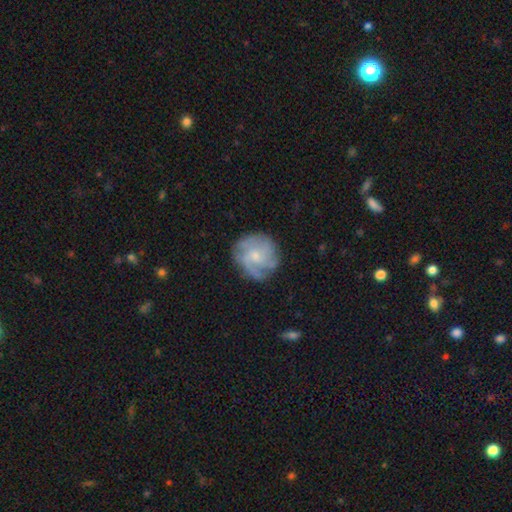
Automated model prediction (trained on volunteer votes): Smooth or featured: featured or disk — 69% (smooth — 24%)
Edge-on disk: no — 98% (yes — 2%)
Bar: no — 70% (weak — 26%)
Spiral arms: yes — 90% (no — 10%)
Spiral winding: tight — 42% (medium — 40%)
Spiral arm count: can't tell — 29% (tied with 3 — 29%)
Bulge size: small — 61% (moderate — 33%)
Merging: none — 73% (minor disturbance — 18%)